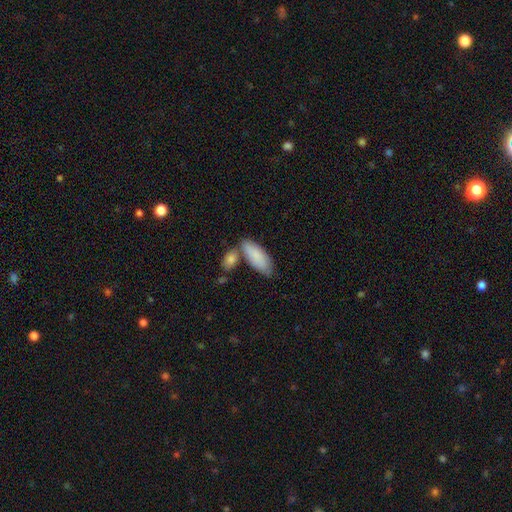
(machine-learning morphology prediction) Smooth or featured: smooth — 86% (featured or disk — 9%)
How rounded: in between — 79% (cigar-shaped — 19%)
Merging: none — 58% (merger — 22%)